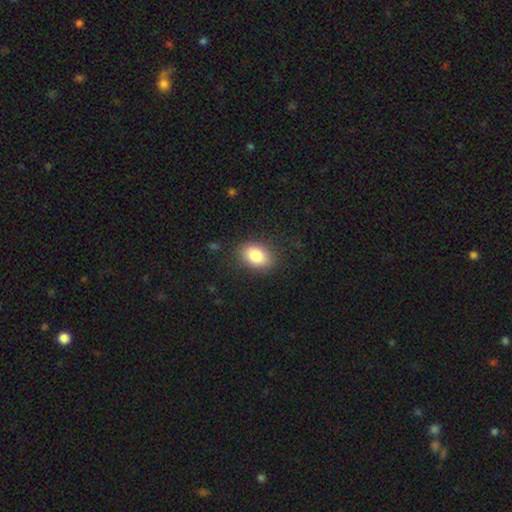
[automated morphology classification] Smooth or featured?
  - smooth: 84% *
  - star or artifact: 8%
  - featured or disk: 8%
How rounded?
  - in between: 80% *
  - round: 19%
  - cigar-shaped: 1%
Merging?
  - none: 86% *
  - minor disturbance: 10%
  - major disturbance: 3%
  - merger: 1%